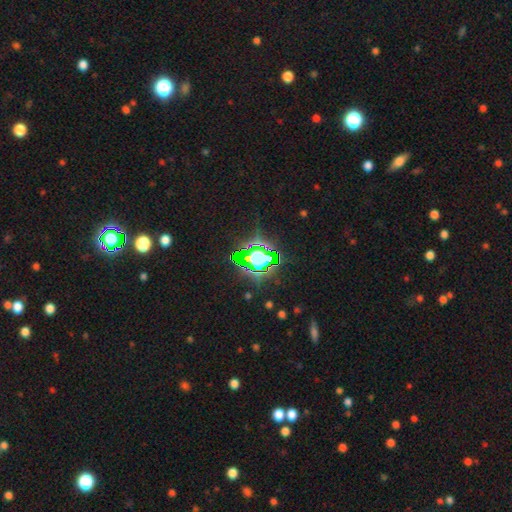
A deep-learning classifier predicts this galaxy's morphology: smooth-or-featured: star or artifact: 60% | smooth: 26% | featured or disk: 14%